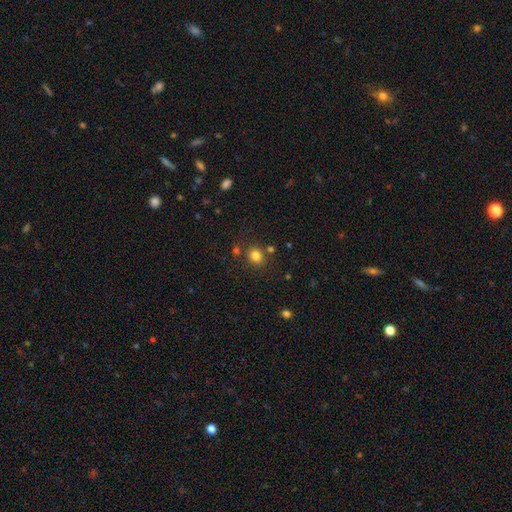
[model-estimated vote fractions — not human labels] Smooth or featured? smooth (80%)
How rounded? round (74%)
Merging? none (79%)